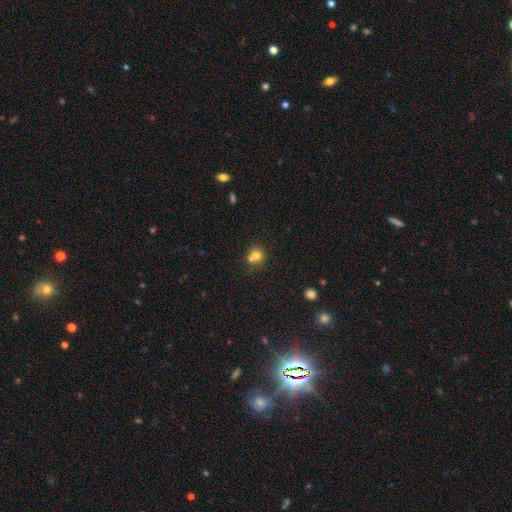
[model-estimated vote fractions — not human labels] A smooth galaxy with no disk features (73%) that is round (85%).

Vote fractions:
- Smooth or featured? smooth: 73% / featured or disk: 13% / star or artifact: 13%
- How rounded? round: 85% / in between: 14% / cigar-shaped: 1%
- Merging? none: 46% / merger: 44% / minor disturbance: 8% / major disturbance: 3%